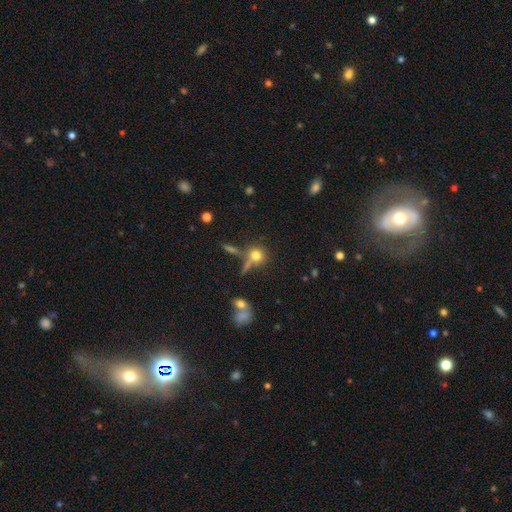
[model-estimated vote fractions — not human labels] This appears to be a smooth galaxy with no disk features (73%) that is round (84%). Merging: none (59%).